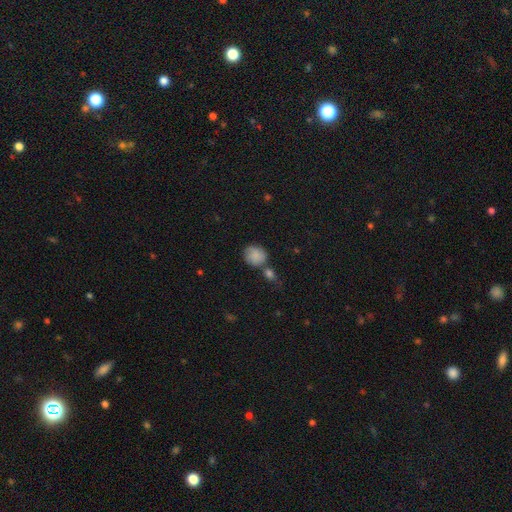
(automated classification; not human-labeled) A smooth galaxy with no disk features (84%) that is round (74%).

Vote fractions:
- Smooth or featured? smooth: 84% / featured or disk: 8% / star or artifact: 8%
- How rounded? round: 74% / in between: 25% / cigar-shaped: 1%
- Merging? none: 54% / merger: 22% / minor disturbance: 18% / major disturbance: 6%